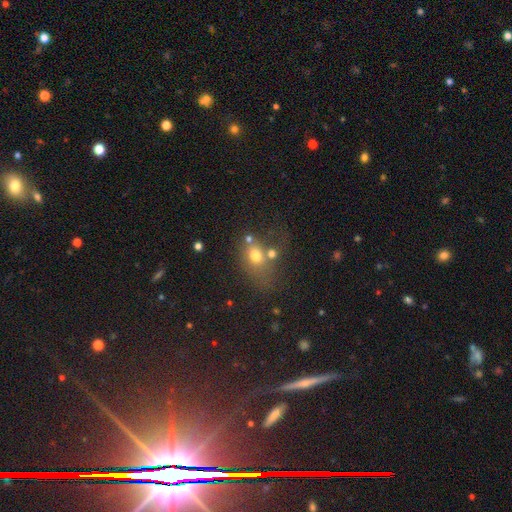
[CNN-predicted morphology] smooth_or_featured: smooth (p=0.67) [alt: featured or disk p=0.17]
how_rounded: in between (p=0.54) [alt: round p=0.44]
merging: none (p=0.43) [alt: merger p=0.30]